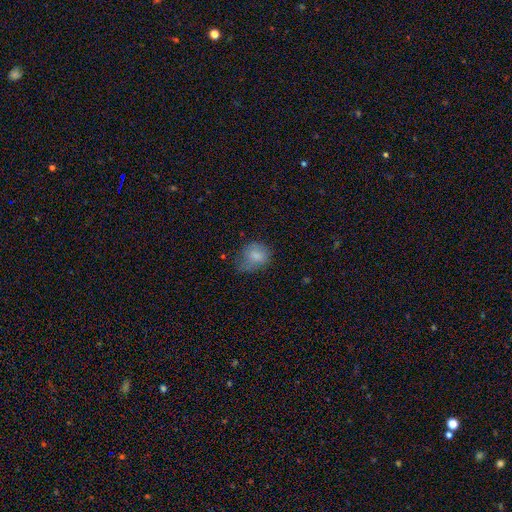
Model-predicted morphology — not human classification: Smooth or featured? Predicted: smooth (p=0.77). How rounded? Predicted: round (p=0.56). Merging? Predicted: none (p=0.42).